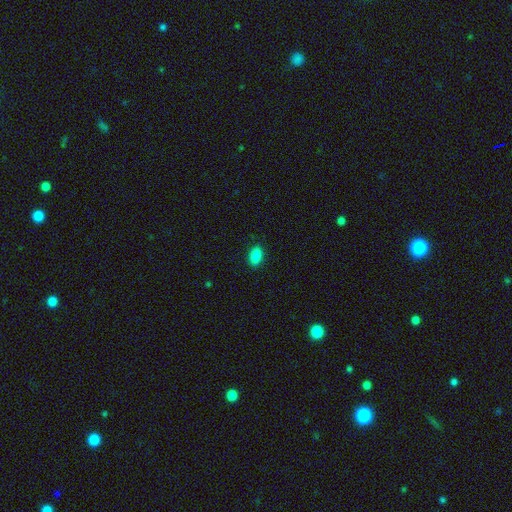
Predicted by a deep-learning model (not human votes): smooth 88%, star or artifact 8%, featured or disk 3%. Down the decision tree: how rounded — in between (91%); merging — none (89%).